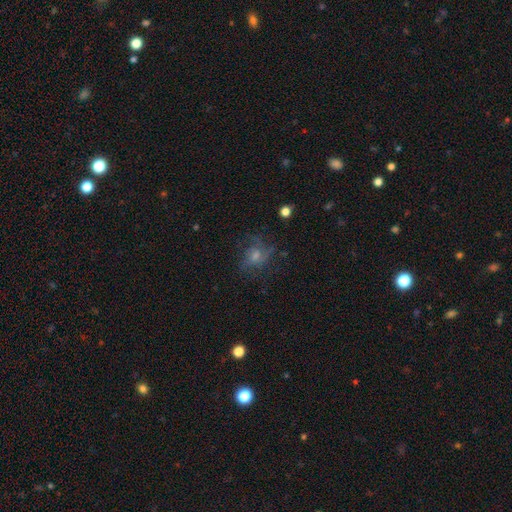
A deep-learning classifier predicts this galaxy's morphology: A featured or disk galaxy (51%). Merging: none (66%).